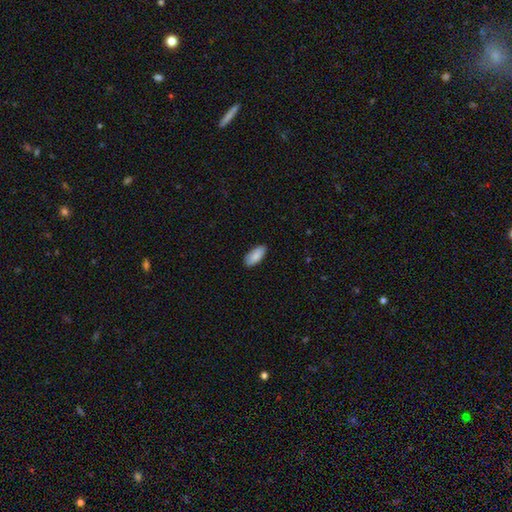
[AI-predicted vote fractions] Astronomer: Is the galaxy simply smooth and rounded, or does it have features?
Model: smooth — 88%.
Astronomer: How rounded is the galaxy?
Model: in between — 89%.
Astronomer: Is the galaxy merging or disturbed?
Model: none — 87%.